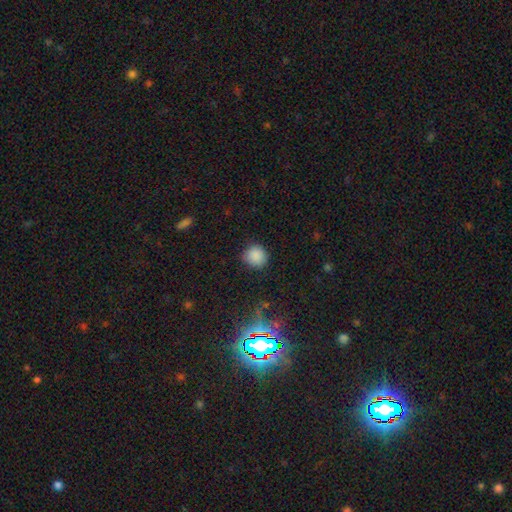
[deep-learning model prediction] smooth-or-featured: smooth: 84% | star or artifact: 12% | featured or disk: 4%
  how-rounded: round: 88% | in between: 11% | cigar-shaped: 1%
  merging: none: 84% | minor disturbance: 12% | major disturbance: 3% | merger: 1%